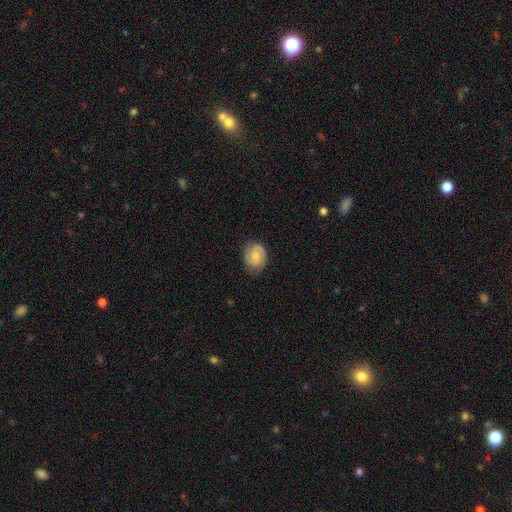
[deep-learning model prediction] Overall: featured or disk (56%; smooth 37%). Edge-on disk: no (97%). Bar: no (59%; weak 36%). Spiral arms: yes (89%). Bulge size: small (44%, tied with moderate). Merging: none (77%).